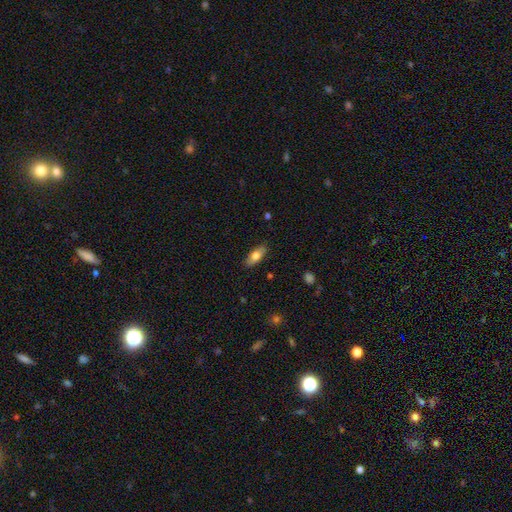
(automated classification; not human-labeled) Q: Smooth or featured?
A: smooth (74%); runner-up: featured or disk (20%)
Q: How rounded?
A: in between (80%); runner-up: cigar-shaped (17%)
Q: Merging?
A: none (86%); runner-up: minor disturbance (11%)